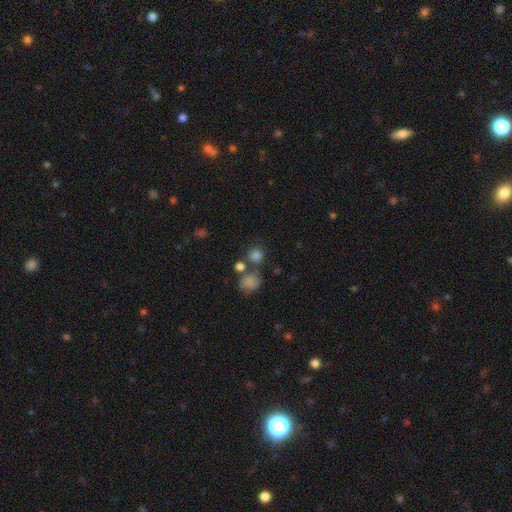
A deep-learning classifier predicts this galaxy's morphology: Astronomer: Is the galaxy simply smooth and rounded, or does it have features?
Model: smooth — 80%.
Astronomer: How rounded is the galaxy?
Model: round — 87%.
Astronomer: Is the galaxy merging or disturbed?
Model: none — 64%.